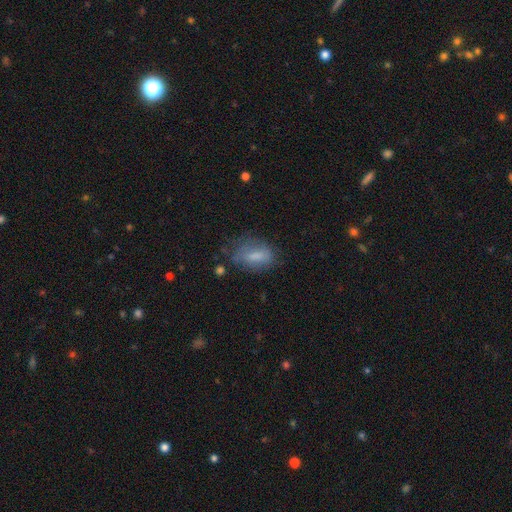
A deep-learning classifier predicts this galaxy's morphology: Smooth or featured? Predicted: smooth (p=0.71). How rounded? Predicted: in between (p=0.84). Merging? Predicted: none (p=0.56).